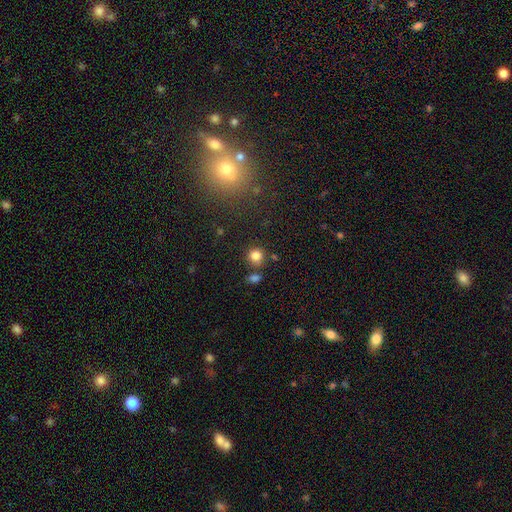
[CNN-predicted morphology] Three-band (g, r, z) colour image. It shows a smooth galaxy with no disk features (82%) that is round (87%). Merging: none (75%).